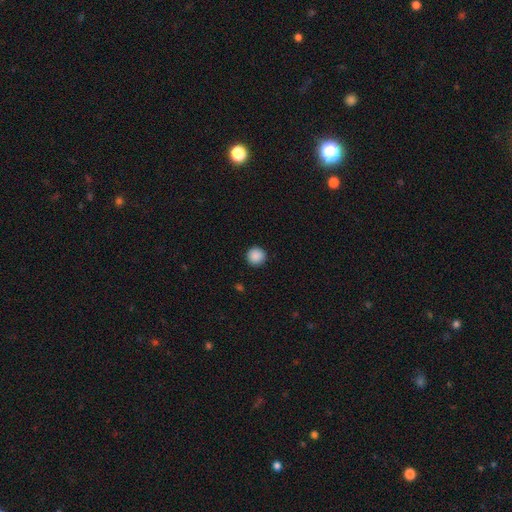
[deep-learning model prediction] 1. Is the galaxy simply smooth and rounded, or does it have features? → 89% smooth, 9% star or artifact, 2% featured or disk.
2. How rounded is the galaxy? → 96% round, 3% in between, 1% cigar-shaped.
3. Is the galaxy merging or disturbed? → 92% none, 5% minor disturbance, 2% major disturbance, 1% merger.